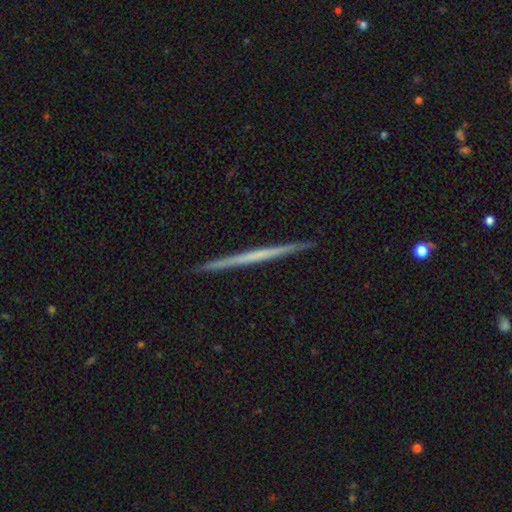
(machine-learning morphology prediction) A featured or disk galaxy (61%) viewed edge-on (98%) with no central bulge (91%). Merging: none (93%).